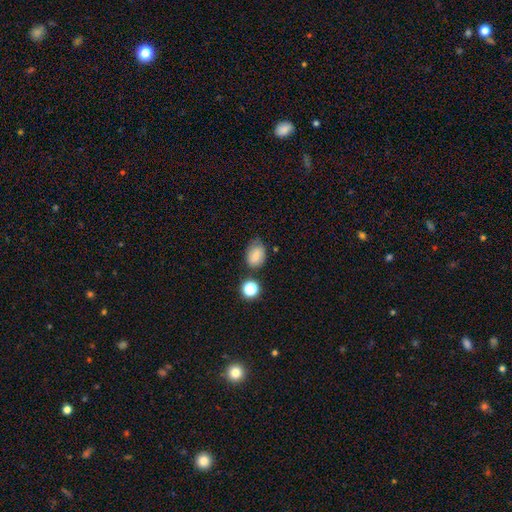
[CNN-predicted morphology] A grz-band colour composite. It shows a smooth galaxy with no disk features (81%) that is in between round and cigar-shaped (76%). Merging: none (65%).